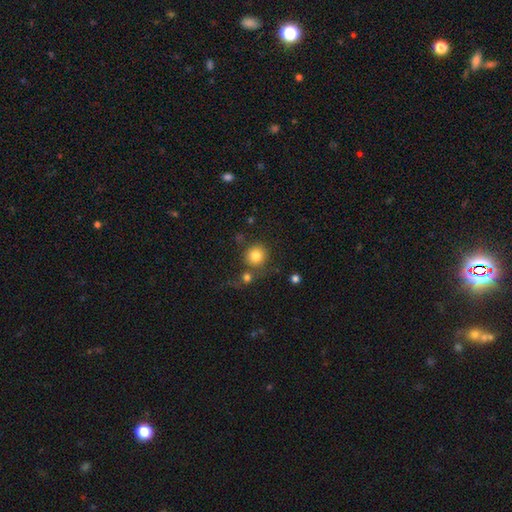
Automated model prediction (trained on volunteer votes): A smooth galaxy with no disk features (83%) that is round (92%). Merging: none (68%).